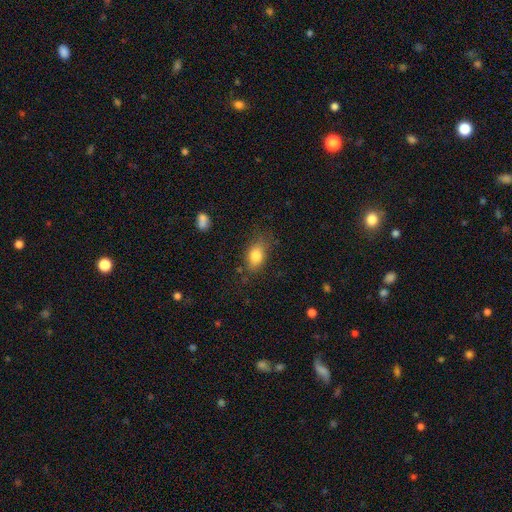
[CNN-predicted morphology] The model was most divided on "merging": none: 69%, minor disturbance: 21%, major disturbance: 7%, merger: 2%. More confident: how rounded — in between (83%); smooth or featured — smooth (81%).